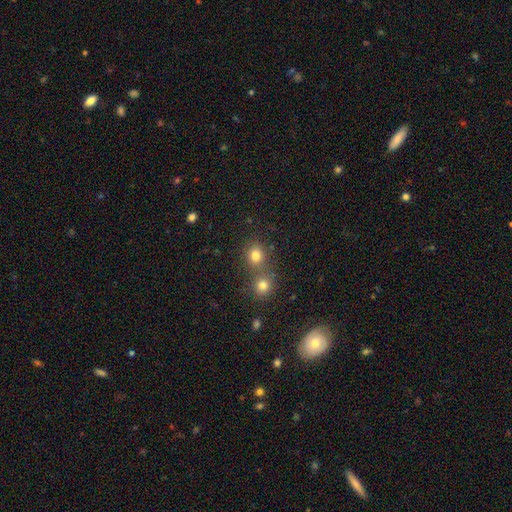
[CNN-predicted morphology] smooth-or-featured: smooth: 78% | star or artifact: 15% | featured or disk: 7%
  how-rounded: round: 78% | in between: 21% | cigar-shaped: 1%
  merging: none: 57% | merger: 33% | minor disturbance: 7% | major disturbance: 3%